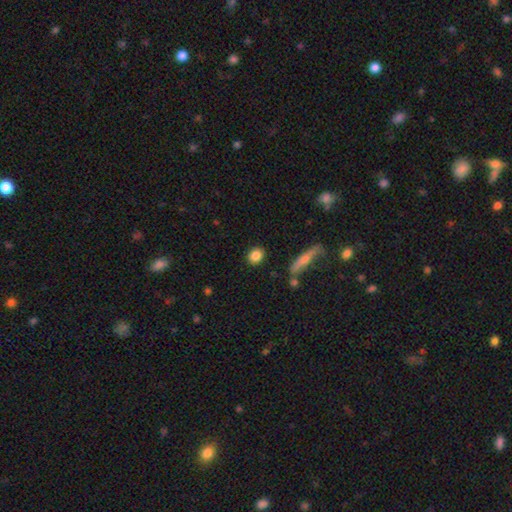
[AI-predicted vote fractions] Morphology: type=smooth (85%); roundness=round (59%); merging=none (87%).